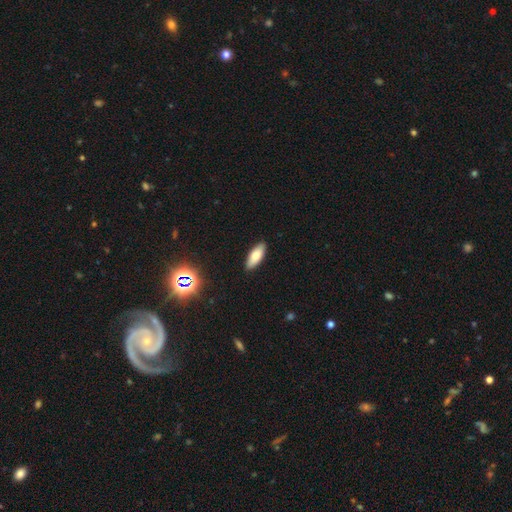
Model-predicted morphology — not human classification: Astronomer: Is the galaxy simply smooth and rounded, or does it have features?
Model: smooth — 72%.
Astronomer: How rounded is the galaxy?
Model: in between — 75%.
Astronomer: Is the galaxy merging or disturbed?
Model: none — 90%.